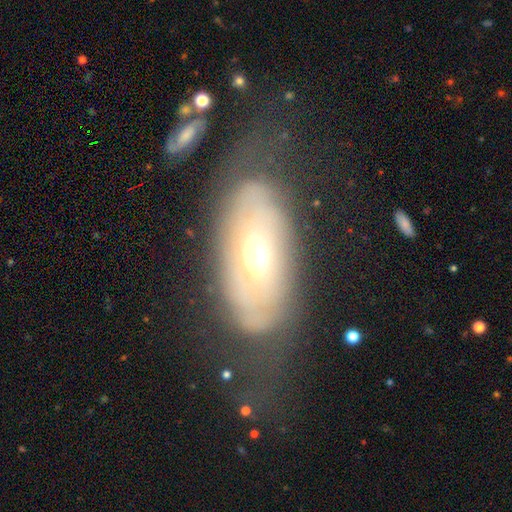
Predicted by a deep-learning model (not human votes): Smooth or featured? Predicted: featured or disk (p=0.57). Edge-on disk? Predicted: no (p=0.85). Merging? Predicted: none (p=0.53).